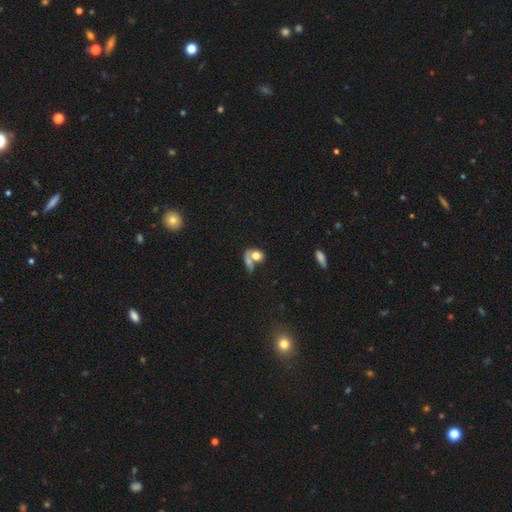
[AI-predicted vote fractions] smooth 69%, featured or disk 21%, star or artifact 11%. Down the decision tree: how rounded — in between (53%); merging — merger (51%).